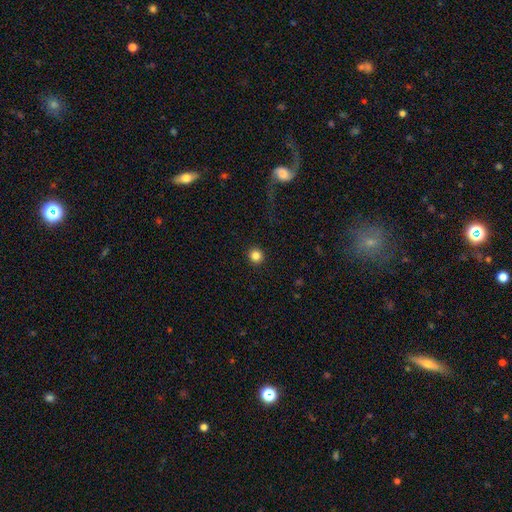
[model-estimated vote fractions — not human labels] This appears to be a smooth galaxy with no disk features (84%) that is round (93%). Merging: none (92%).